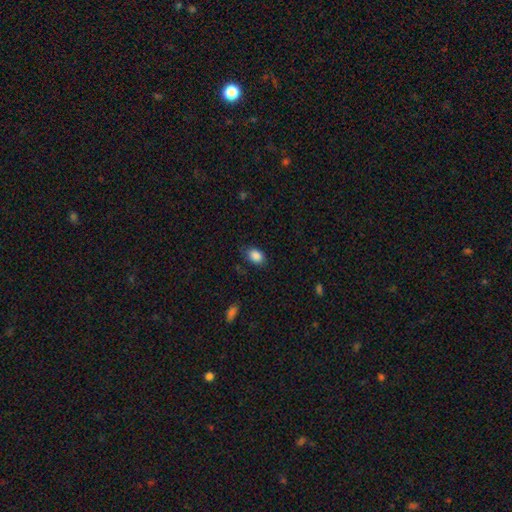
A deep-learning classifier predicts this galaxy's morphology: smooth_or_featured: smooth (p=0.88) [alt: star or artifact p=0.08]
how_rounded: in between (p=0.84) [alt: round p=0.15]
merging: none (p=0.78) [alt: minor disturbance p=0.17]